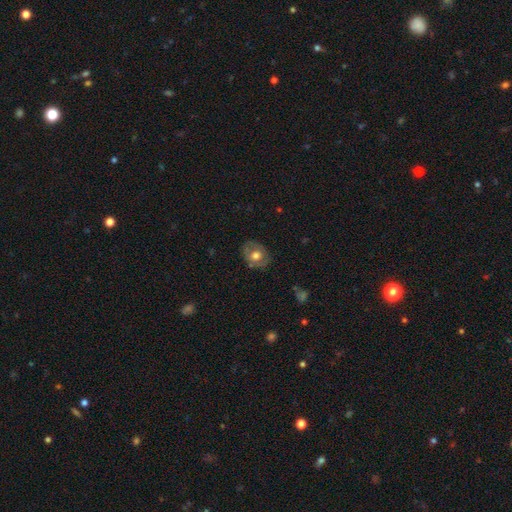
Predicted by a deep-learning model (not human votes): Overall: smooth (53%; featured or disk 39%). How rounded: round (55%; in between 45%). Merging: none (77%).